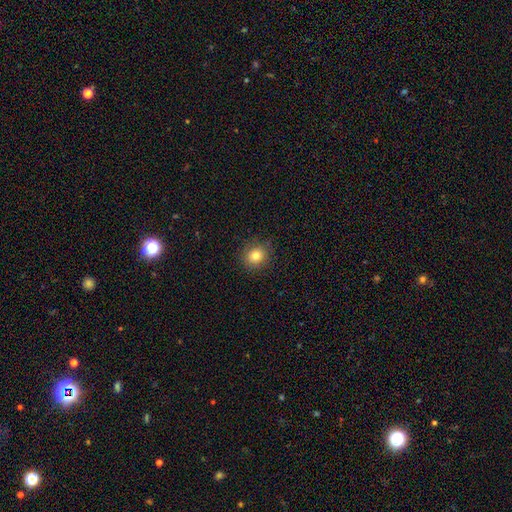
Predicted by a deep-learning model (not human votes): Overall: smooth (79%). How rounded: round (83%). Merging: none (87%).